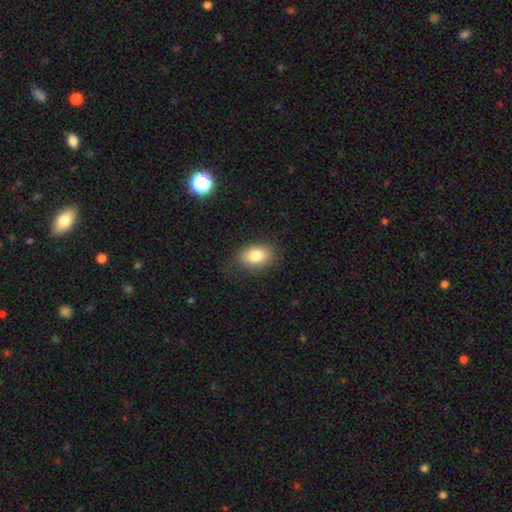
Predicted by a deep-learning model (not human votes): Smooth or featured? Predicted: smooth (p=0.82). How rounded? Predicted: in between (p=0.84). Merging? Predicted: none (p=0.81).